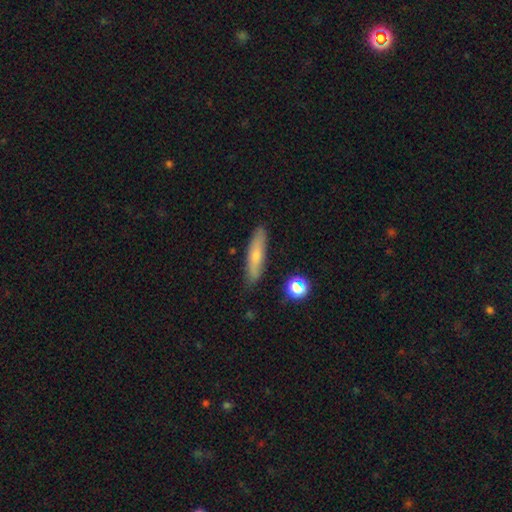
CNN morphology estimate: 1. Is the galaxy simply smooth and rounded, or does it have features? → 63% smooth, 30% featured or disk, 8% star or artifact.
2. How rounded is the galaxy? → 80% cigar-shaped, 17% in between, 2% round.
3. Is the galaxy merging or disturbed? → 86% none, 11% minor disturbance, 2% major disturbance, 2% merger.